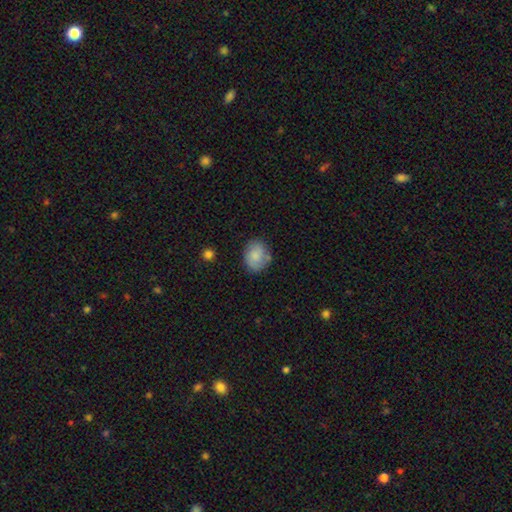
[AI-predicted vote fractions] Smooth or featured? smooth (78%)
How rounded? in between (51%)
Merging? none (71%)